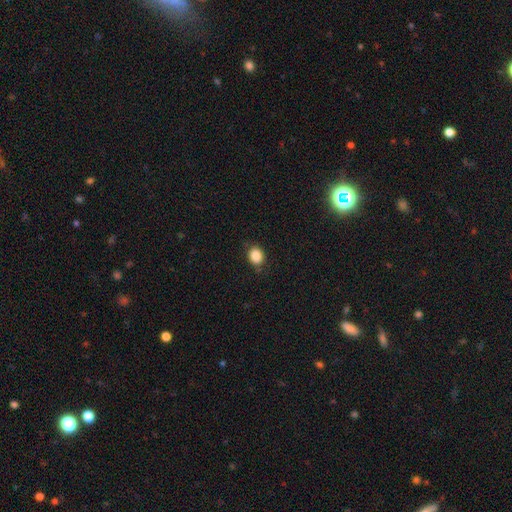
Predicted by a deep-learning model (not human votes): Smooth or featured?
  - smooth: 87% *
  - star or artifact: 10%
  - featured or disk: 4%
How rounded?
  - round: 61% *
  - in between: 38%
  - cigar-shaped: 1%
Merging?
  - none: 83% *
  - minor disturbance: 12%
  - major disturbance: 3%
  - merger: 1%